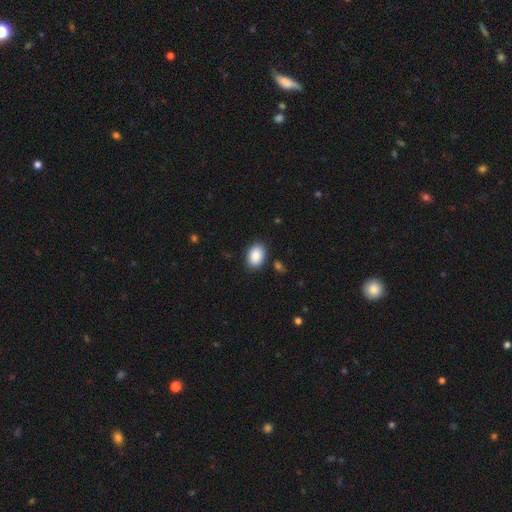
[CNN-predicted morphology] Smooth or featured?
  - smooth: 89% *
  - star or artifact: 7%
  - featured or disk: 4%
How rounded?
  - in between: 88% *
  - round: 11%
  - cigar-shaped: 1%
Merging?
  - none: 86% *
  - minor disturbance: 10%
  - major disturbance: 2%
  - merger: 2%